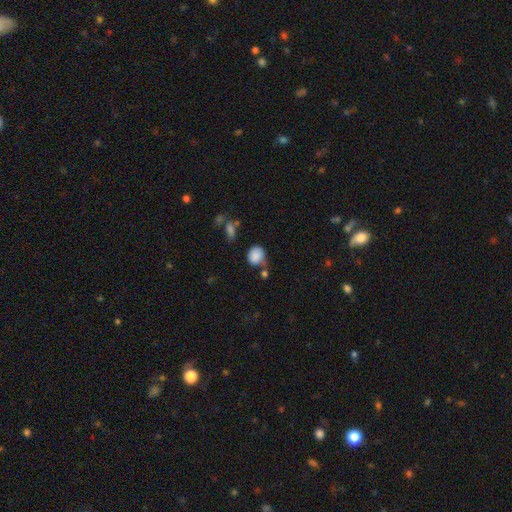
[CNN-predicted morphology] A smooth galaxy with no disk features (86%) that is round (71%). Merging: none (55%).